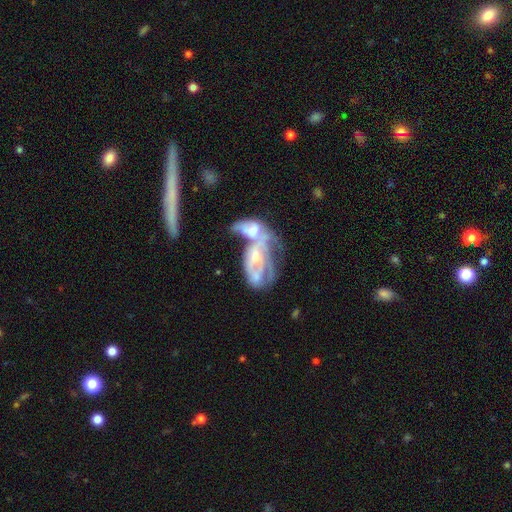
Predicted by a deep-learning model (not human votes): smooth-or-featured: featured or disk: 74% | smooth: 18% | star or artifact: 8%
  disk-edge-on: no: 92% | yes: 8%
    bar: no: 73% | weak: 20% | strong: 7%
    has-spiral-arms: yes: 64% | no: 36%
    bulge-size: moderate: 48% | small: 34% | none: 10% | large: 6% | dominant: 2%
  merging: merger: 66% | major disturbance: 14% | none: 12% | minor disturbance: 8%